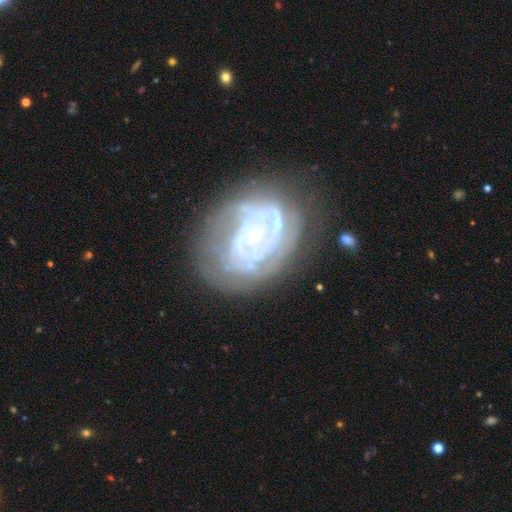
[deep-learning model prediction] This appears to be a featured or disk galaxy (84%) with no bar (60%), tight (62%) spiral arms (88%) and a small central bulge (67%). Merging: none (55%).